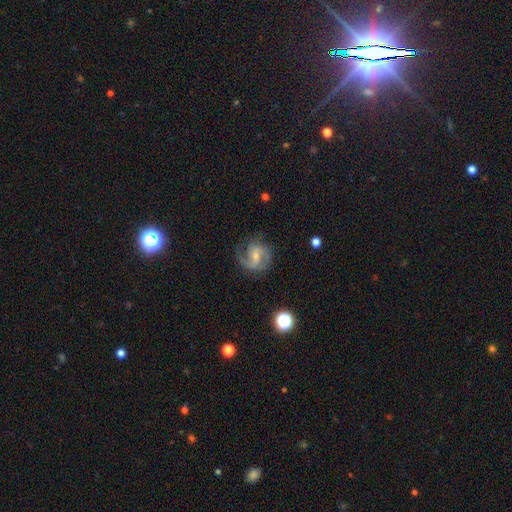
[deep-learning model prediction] smooth-or-featured: featured or disk: 85% | star or artifact: 7% | smooth: 7%
  disk-edge-on: no: 98% | yes: 2%
    bar: weak: 52% | no: 25% | strong: 23%
    has-spiral-arms: yes: 97% | no: 3%
      spiral-winding: medium: 54% | tight: 26% | loose: 20%
      spiral-arm-count: 2: 74% | 3: 9% | 1: 7% | can't tell: 7% | 4: 2% | more than 4: 2%
    bulge-size: small: 61% | moderate: 32% | none: 5% | large: 2% | dominant: 1%
  merging: none: 76% | minor disturbance: 15% | major disturbance: 8% | merger: 2%